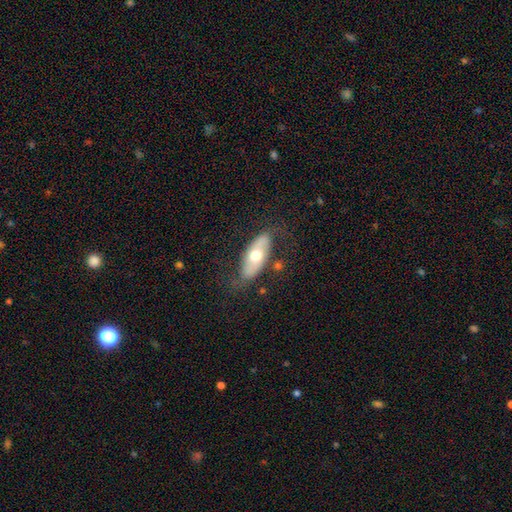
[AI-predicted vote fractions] Smooth or featured? featured or disk (49%)
Merging? none (72%)